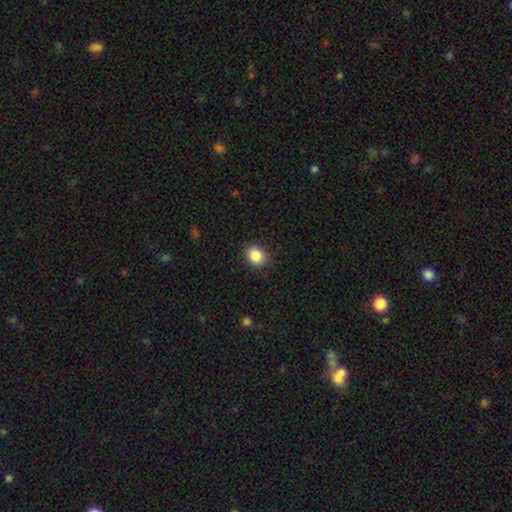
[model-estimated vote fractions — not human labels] The model was most divided on "how rounded": round: 60%, in between: 40%, cigar-shaped: 1%. More confident: merging — none (88%); smooth or featured — smooth (87%).